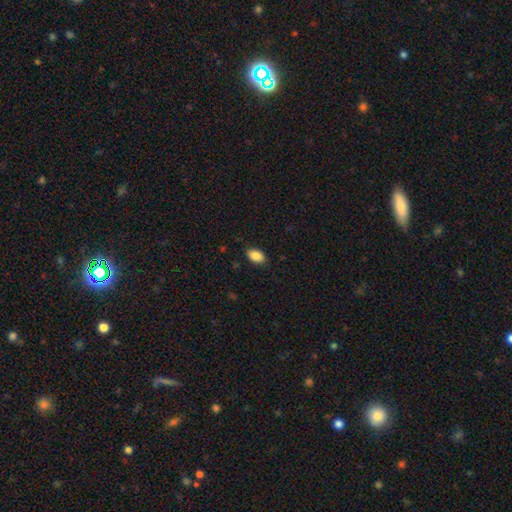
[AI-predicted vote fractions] This is clearly a smooth galaxy (89%). How rounded: clearly in between (90%). Merging: clearly none (86%).